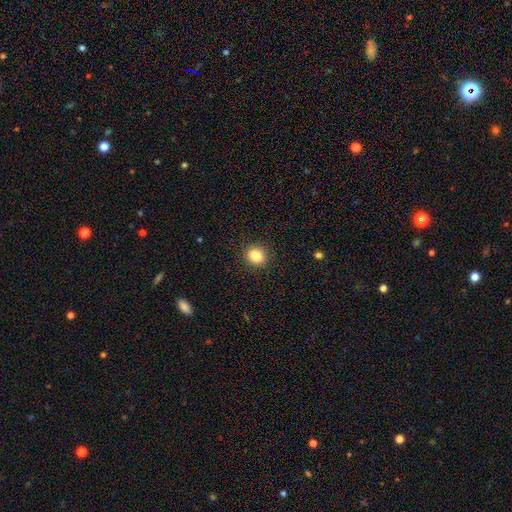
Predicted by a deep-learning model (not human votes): A smooth galaxy with no disk features (86%) that is round (76%).

Vote fractions:
- Smooth or featured? smooth: 86% / star or artifact: 10% / featured or disk: 4%
- How rounded? round: 76% / in between: 23% / cigar-shaped: 1%
- Merging? none: 90% / minor disturbance: 7% / major disturbance: 2% / merger: 1%